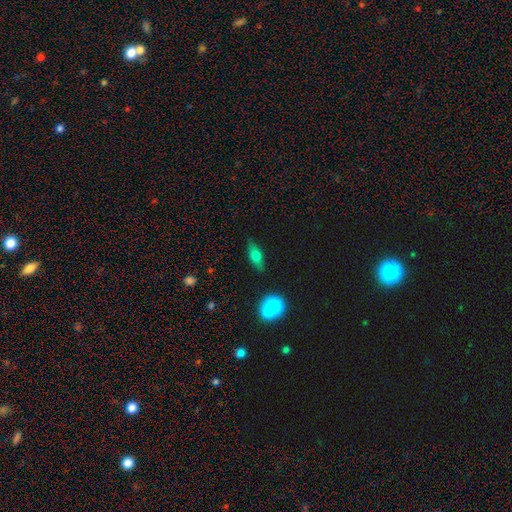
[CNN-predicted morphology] Smooth or featured?
  - smooth: 62% *
  - featured or disk: 28%
  - star or artifact: 10%
How rounded?
  - in between: 67% *
  - cigar-shaped: 26%
  - round: 7%
Merging?
  - none: 81% *
  - minor disturbance: 12%
  - merger: 4%
  - major disturbance: 3%